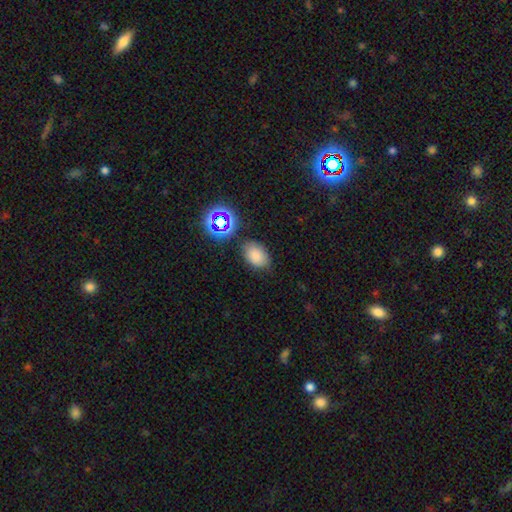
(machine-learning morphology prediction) This appears to be a smooth galaxy with no disk features (75%) that is in between round and cigar-shaped (83%). Merging: none (79%).